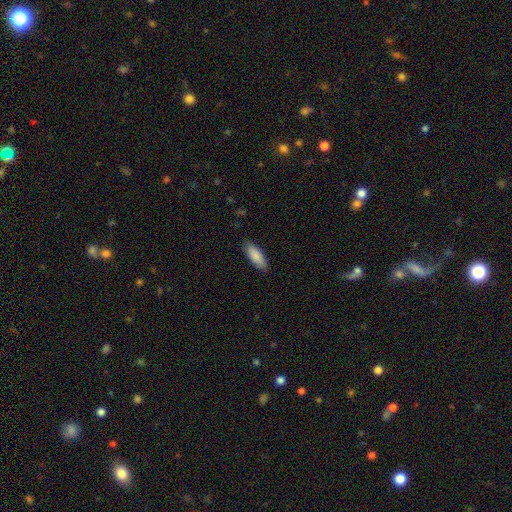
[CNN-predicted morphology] smooth-or-featured: smooth: 88% | featured or disk: 6% | star or artifact: 6%
  how-rounded: in between: 67% | cigar-shaped: 31% | round: 2%
  merging: none: 86% | minor disturbance: 11% | major disturbance: 2% | merger: 1%